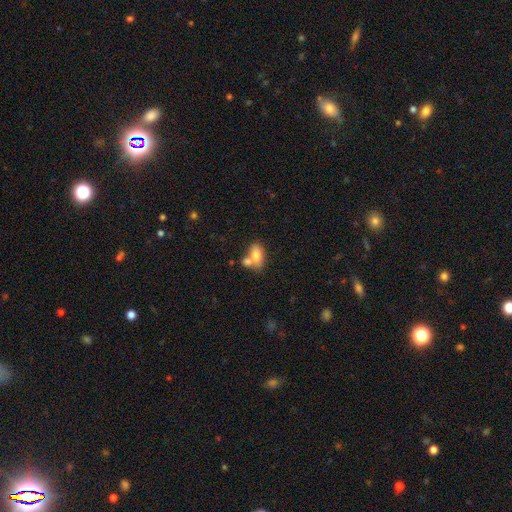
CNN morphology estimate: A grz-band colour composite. It shows a smooth galaxy with no disk features (76%) that is in between round and cigar-shaped (86%). Merging: merger (46%).